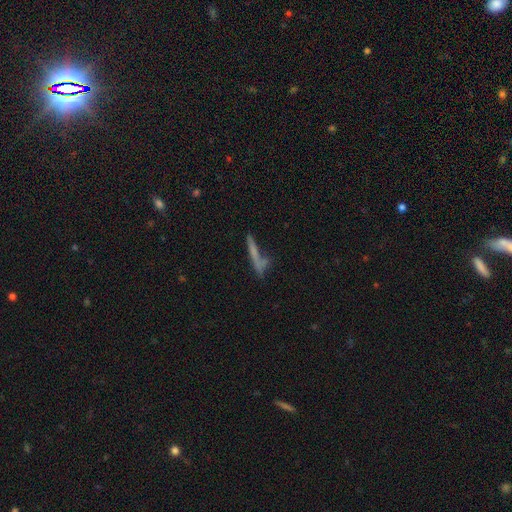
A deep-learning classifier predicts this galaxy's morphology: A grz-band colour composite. It shows a smooth galaxy with no disk features (54%) that is cigar-shaped (89%). Merging: none (54%).